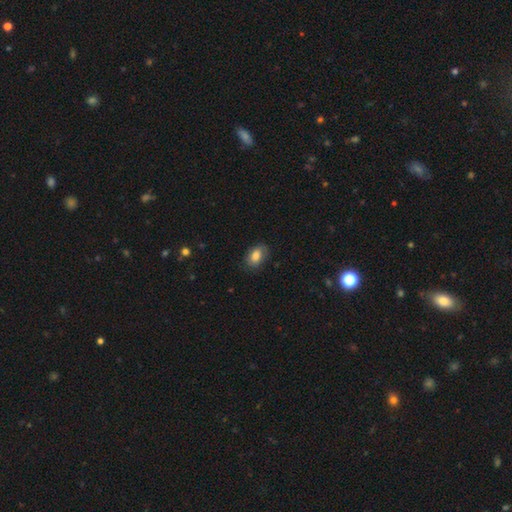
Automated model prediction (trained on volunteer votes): smooth-or-featured: smooth: 82% | featured or disk: 10% | star or artifact: 8%
  how-rounded: in between: 86% | round: 12% | cigar-shaped: 2%
  merging: none: 79% | minor disturbance: 16% | major disturbance: 4% | merger: 1%